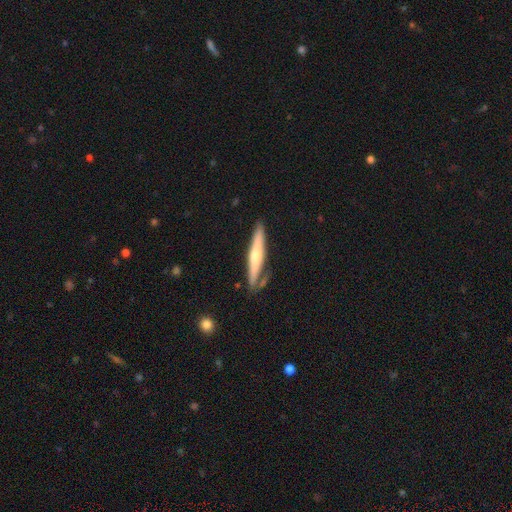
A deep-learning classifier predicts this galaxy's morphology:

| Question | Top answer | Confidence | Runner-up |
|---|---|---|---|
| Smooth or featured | featured or disk | 47% | tied: smooth (47%) |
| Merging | none | 77% | minor disturbance (14%) |